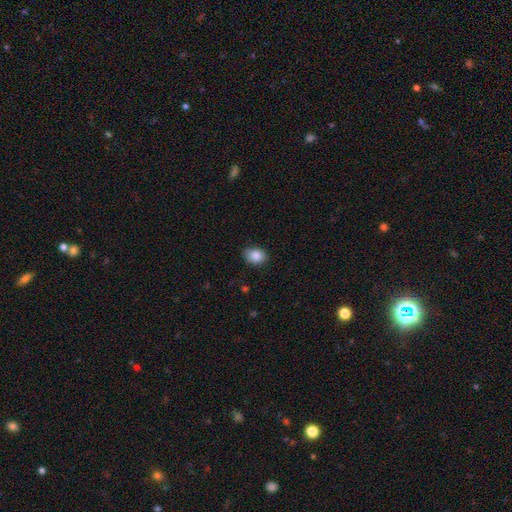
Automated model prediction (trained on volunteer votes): Smooth or featured? Predicted: smooth (p=0.87). How rounded? Predicted: in between (p=0.67). Merging? Predicted: none (p=0.85).